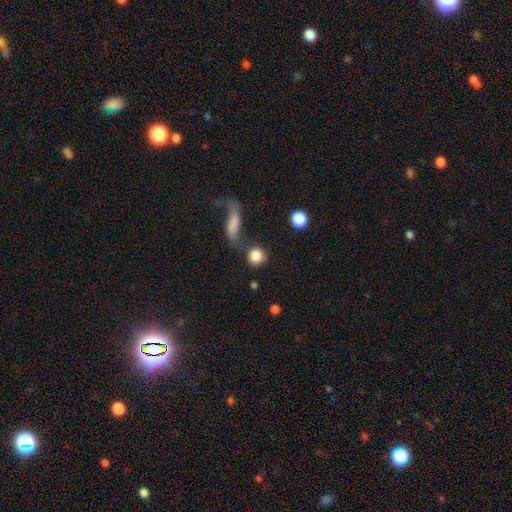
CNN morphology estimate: Q: Smooth or featured?
A: smooth (84%); runner-up: star or artifact (8%)
Q: How rounded?
A: round (86%); runner-up: in between (11%)
Q: Merging?
A: none (61%); runner-up: merger (18%)